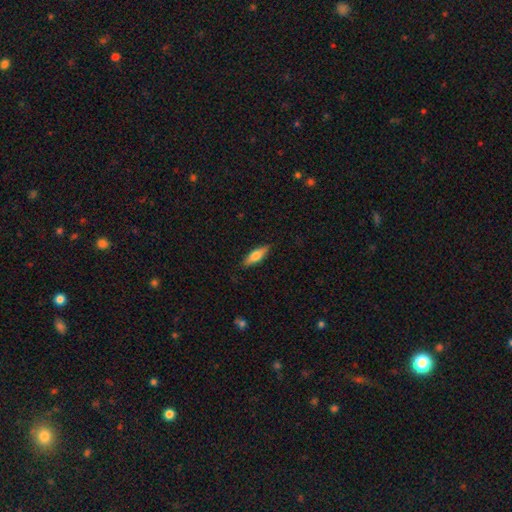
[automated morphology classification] This appears to be a smooth galaxy with no disk features (63%) that is cigar-shaped (49%). Merging: none (87%).